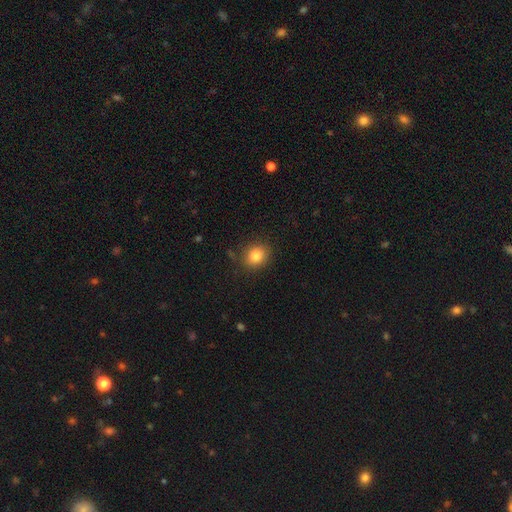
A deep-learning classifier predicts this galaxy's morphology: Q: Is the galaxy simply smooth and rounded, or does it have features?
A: smooth — 83%.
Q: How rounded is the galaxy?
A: round — 67%.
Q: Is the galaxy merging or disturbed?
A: none — 84%.